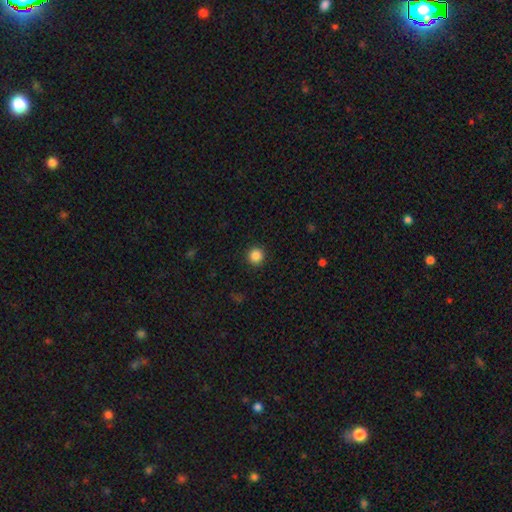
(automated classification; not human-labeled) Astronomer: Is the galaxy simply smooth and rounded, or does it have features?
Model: smooth — 86%.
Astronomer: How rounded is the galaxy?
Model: round — 95%.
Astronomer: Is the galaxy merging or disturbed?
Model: none — 92%.